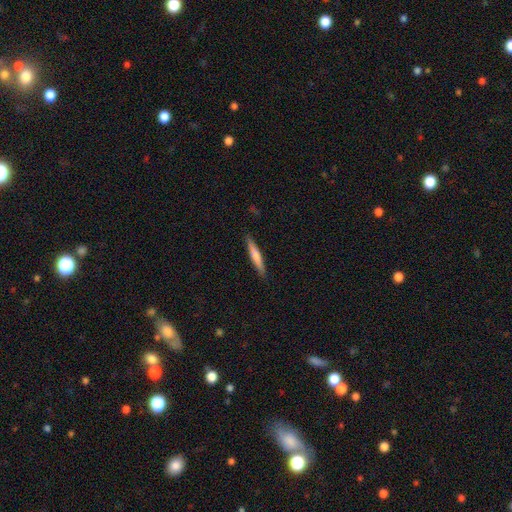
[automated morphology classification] The model was most divided on "smooth or featured": smooth: 68%, featured or disk: 27%, star or artifact: 5%. More confident: how rounded — cigar-shaped (94%); merging — none (90%).